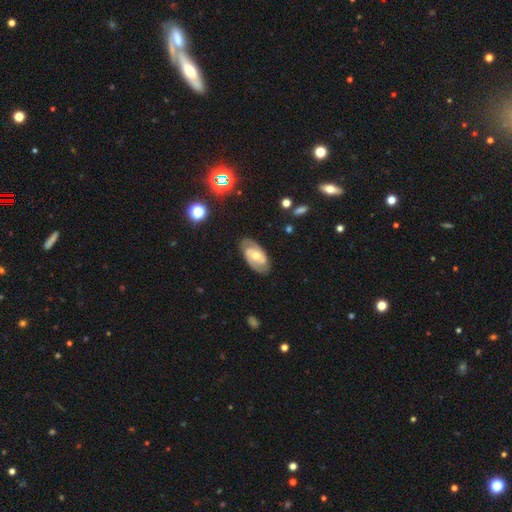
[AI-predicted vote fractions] The model was most divided on "bar": no: 48%, weak: 40%, strong: 12%. More confident: edge-on disk — no (95%); spiral arms — yes (88%); merging — none (81%); spiral arm count — 2 (80%); smooth or featured — featured or disk (77%); bulge size — moderate (64%); spiral winding — tight (52%).